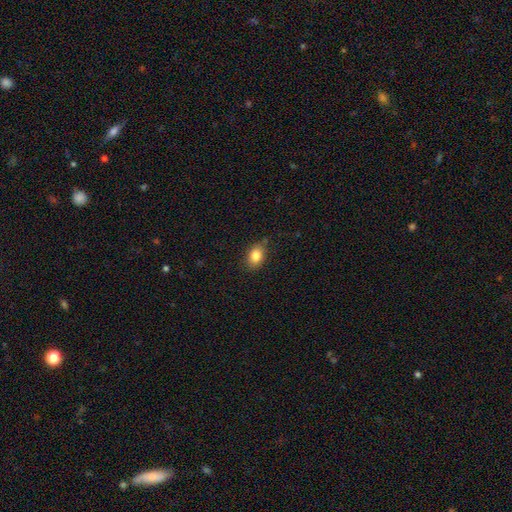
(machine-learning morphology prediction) Overall: smooth (83%). How rounded: in between (75%). Merging: none (80%).